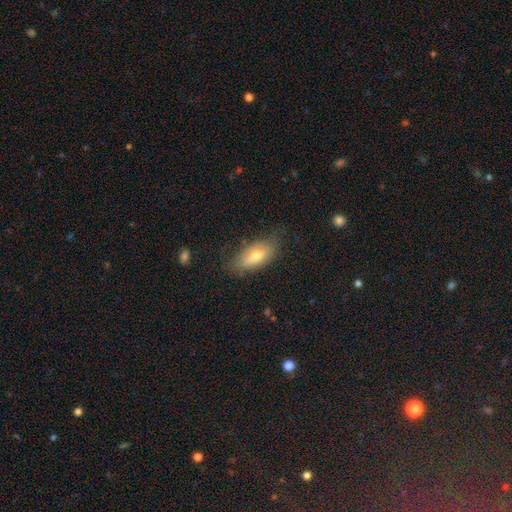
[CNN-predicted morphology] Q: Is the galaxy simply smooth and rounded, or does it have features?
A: smooth — 69%.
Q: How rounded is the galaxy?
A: in between — 85%.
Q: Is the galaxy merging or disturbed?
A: none — 70%.